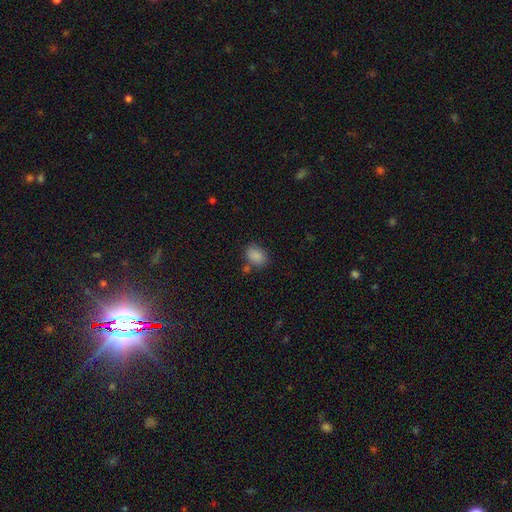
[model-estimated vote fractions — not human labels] Smooth or featured? smooth (87%)
How rounded? in between (76%)
Merging? none (72%)